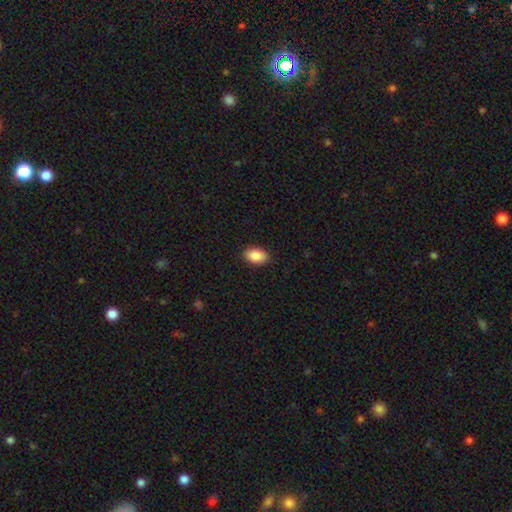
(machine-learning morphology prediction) This appears to be a smooth galaxy with no disk features (88%) that is in between round and cigar-shaped (91%). Merging: none (88%).